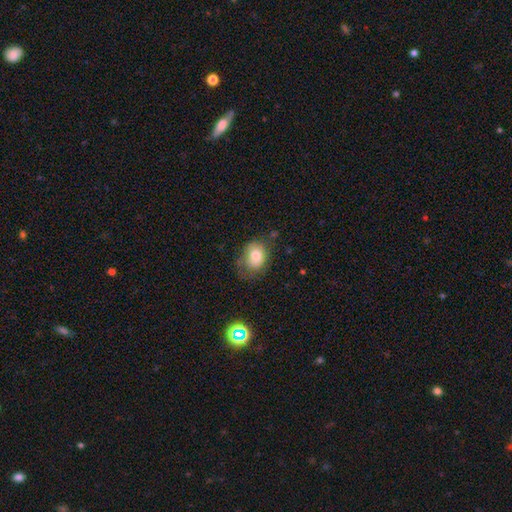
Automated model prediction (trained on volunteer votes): A smooth galaxy with no disk features (74%) that is in between round and cigar-shaped (60%). Merging: none (49%).